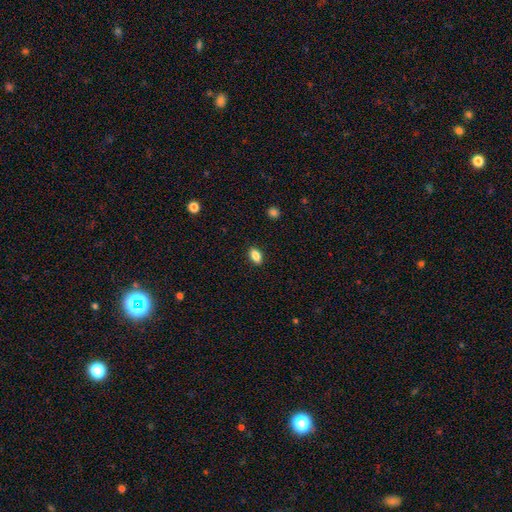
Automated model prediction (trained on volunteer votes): The model was most divided on "smooth or featured": smooth: 85%, star or artifact: 9%, featured or disk: 6%. More confident: merging — none (89%); how rounded — in between (87%).